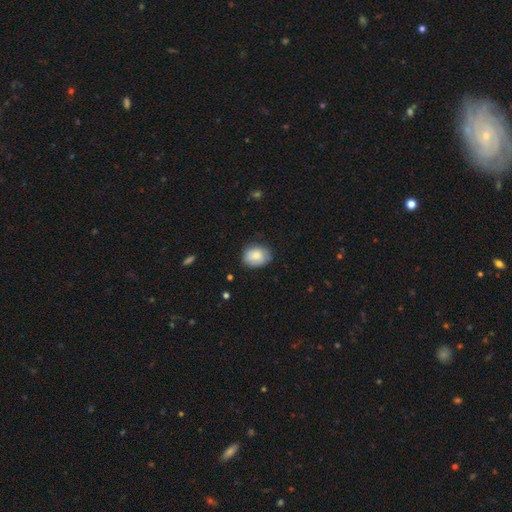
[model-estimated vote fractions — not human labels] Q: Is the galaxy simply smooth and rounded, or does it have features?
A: smooth — 78%.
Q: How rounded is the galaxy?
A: in between — 56%.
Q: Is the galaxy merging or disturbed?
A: none — 72%.